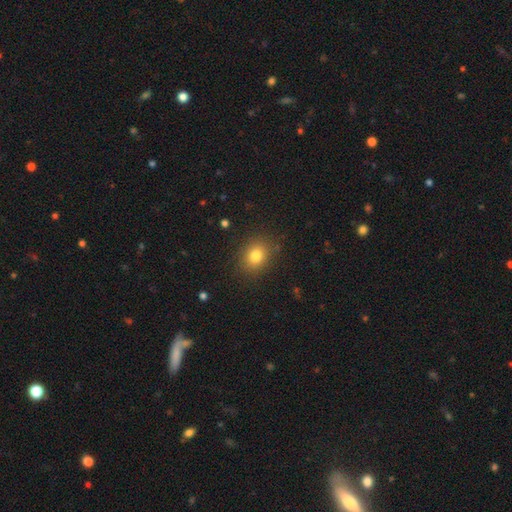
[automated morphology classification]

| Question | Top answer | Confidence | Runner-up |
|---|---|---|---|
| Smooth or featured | smooth | 80% | star or artifact (12%) |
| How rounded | round | 56% | in between (43%) |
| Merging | none | 86% | minor disturbance (10%) |